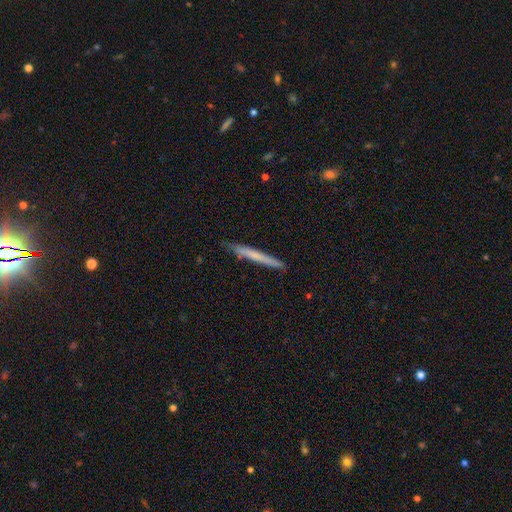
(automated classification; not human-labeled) A smooth galaxy with no disk features (61%) that is cigar-shaped (97%). Merging: none (86%).